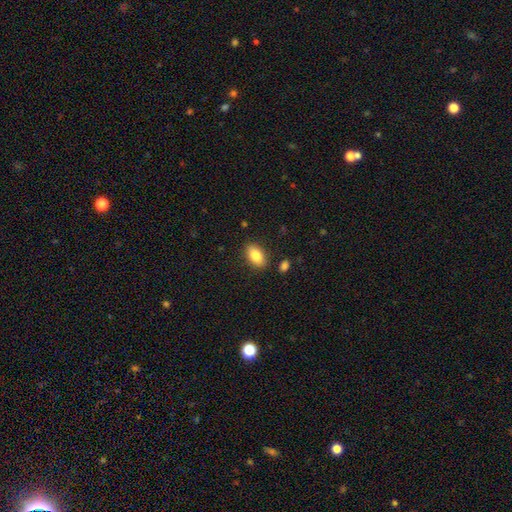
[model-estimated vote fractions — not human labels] Smooth or featured? Predicted: smooth (p=0.84). How rounded? Predicted: in between (p=0.91). Merging? Predicted: none (p=0.86).